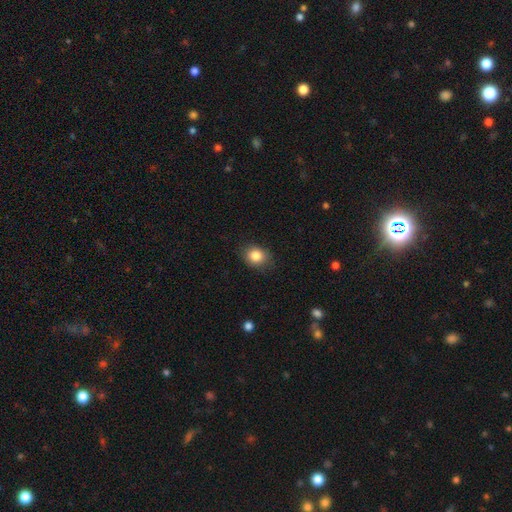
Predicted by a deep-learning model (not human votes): Smooth or featured?
  - smooth: 85% *
  - star or artifact: 9%
  - featured or disk: 5%
How rounded?
  - round: 60% *
  - in between: 39%
  - cigar-shaped: 1%
Merging?
  - none: 81% *
  - minor disturbance: 15%
  - major disturbance: 3%
  - merger: 1%